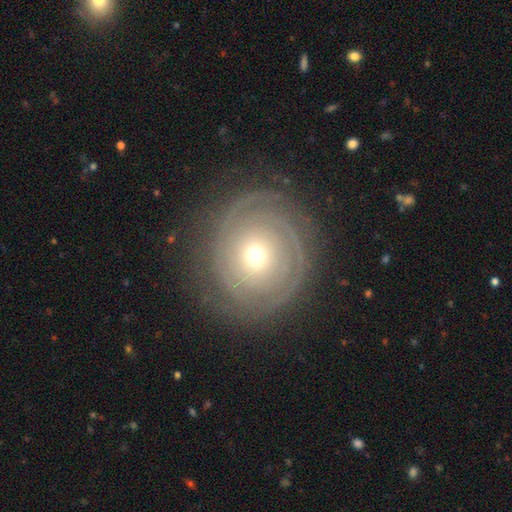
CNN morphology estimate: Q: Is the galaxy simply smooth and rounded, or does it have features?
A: featured or disk — 75%.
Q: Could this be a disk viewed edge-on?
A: no — 96%.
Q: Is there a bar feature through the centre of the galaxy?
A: no — 84%.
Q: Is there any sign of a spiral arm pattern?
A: yes — 84%.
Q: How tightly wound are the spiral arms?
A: tight — 81%.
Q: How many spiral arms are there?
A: can't tell — 35%.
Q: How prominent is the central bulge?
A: moderate — 53%.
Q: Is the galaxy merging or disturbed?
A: none — 79%.